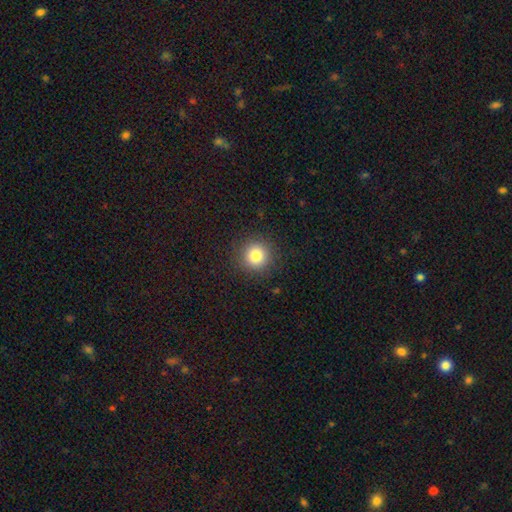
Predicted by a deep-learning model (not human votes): Smooth or featured? smooth (81%)
How rounded? round (95%)
Merging? none (90%)